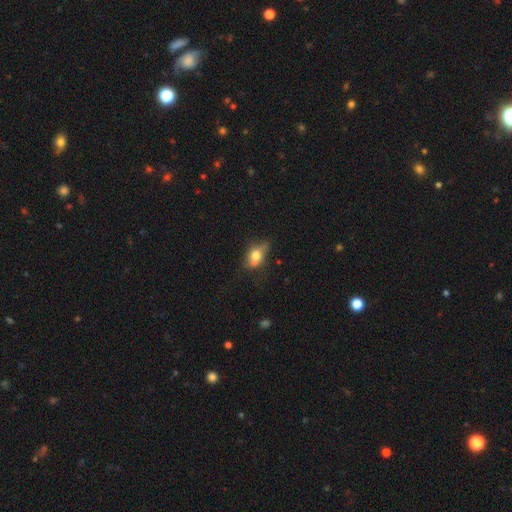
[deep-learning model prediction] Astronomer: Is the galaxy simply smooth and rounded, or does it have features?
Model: smooth — 64%.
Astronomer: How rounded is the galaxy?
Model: in between — 75%.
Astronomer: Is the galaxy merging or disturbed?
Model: none — 46% (runner-up: minor disturbance, 29%).